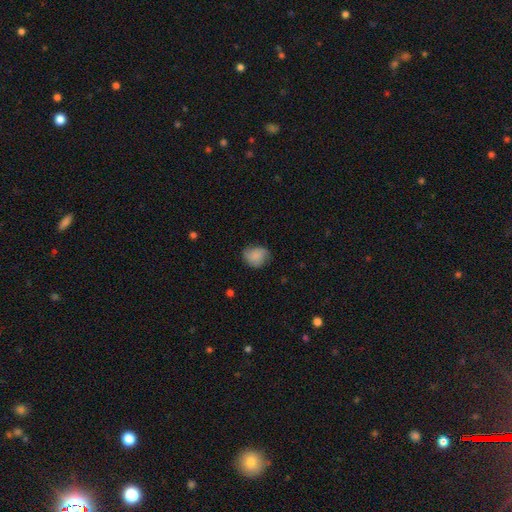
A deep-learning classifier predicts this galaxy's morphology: The model was most divided on "how rounded": round: 63%, in between: 36%, cigar-shaped: 1%. More confident: smooth or featured — smooth (79%); merging — none (63%).